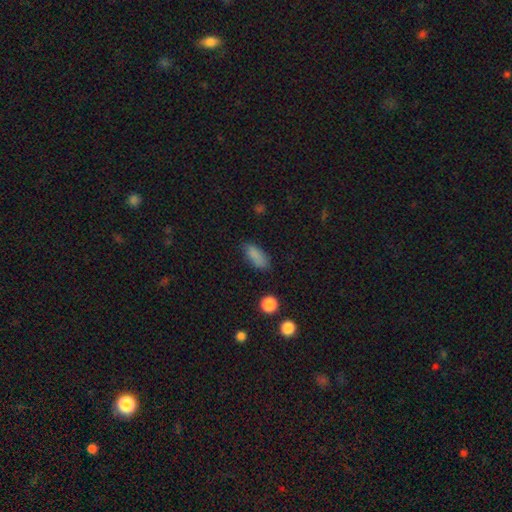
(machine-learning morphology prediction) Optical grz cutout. It shows a smooth galaxy with no disk features (83%) that is in between round and cigar-shaped (82%). Merging: none (71%).